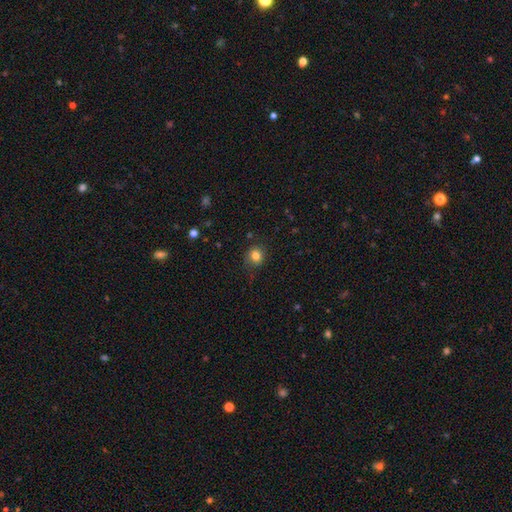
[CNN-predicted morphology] type=smooth (82%); roundness=round (79%); merging=none (78%).